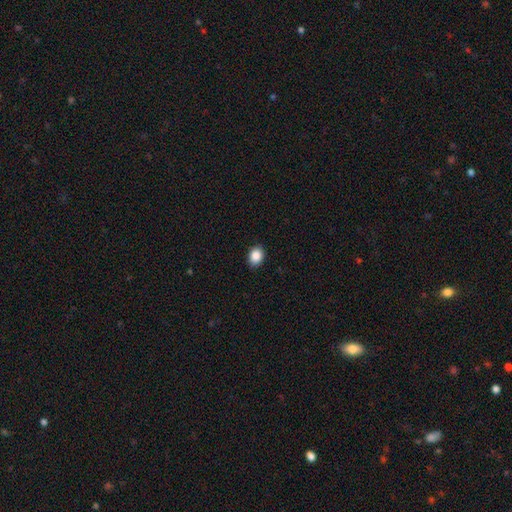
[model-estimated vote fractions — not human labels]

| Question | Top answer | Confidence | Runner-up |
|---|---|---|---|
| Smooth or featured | smooth | 88% | star or artifact (9%) |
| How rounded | in between | 56% | round (43%) |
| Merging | none | 89% | minor disturbance (8%) |